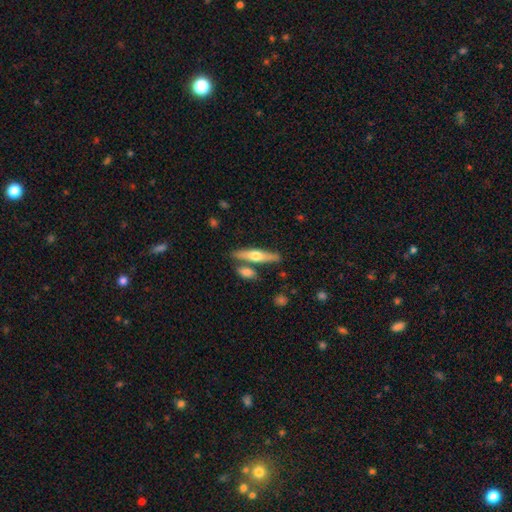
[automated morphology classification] This is possibly a smooth galaxy (50%). Merging: likely none (73%).